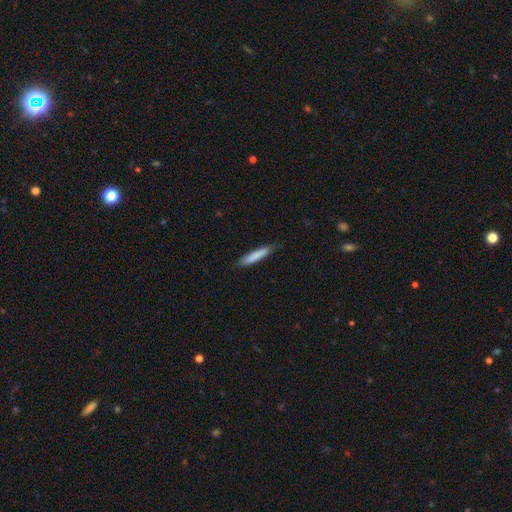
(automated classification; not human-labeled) smooth-or-featured: smooth: 82% | featured or disk: 13% | star or artifact: 6%
  how-rounded: cigar-shaped: 91% | in between: 8% | round: 1%
  merging: none: 84% | minor disturbance: 13% | major disturbance: 2% | merger: 1%